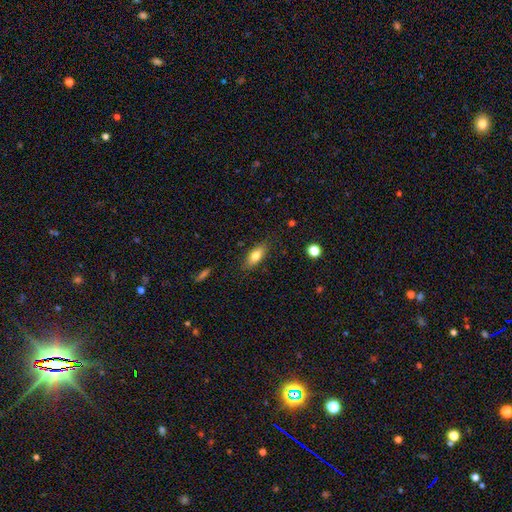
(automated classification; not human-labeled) A smooth galaxy with no disk features (74%) that is in between round and cigar-shaped (76%).

Vote fractions:
- Smooth or featured? smooth: 74% / featured or disk: 18% / star or artifact: 7%
- How rounded? in between: 76% / cigar-shaped: 20% / round: 4%
- Merging? none: 84% / minor disturbance: 12% / major disturbance: 3% / merger: 1%